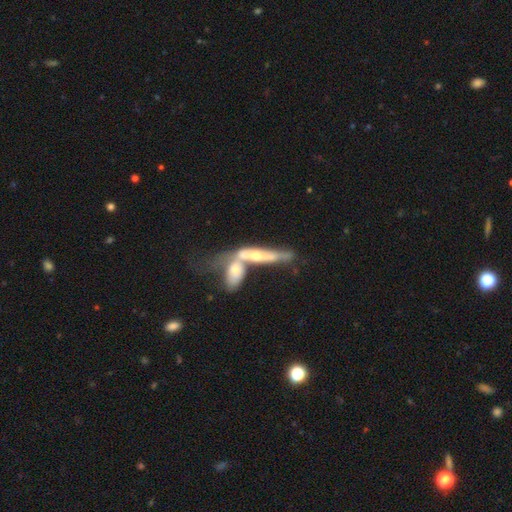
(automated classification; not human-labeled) Smooth or featured? featured or disk (65%)
Edge-on disk? yes (68%)
Merging? merger (63%)